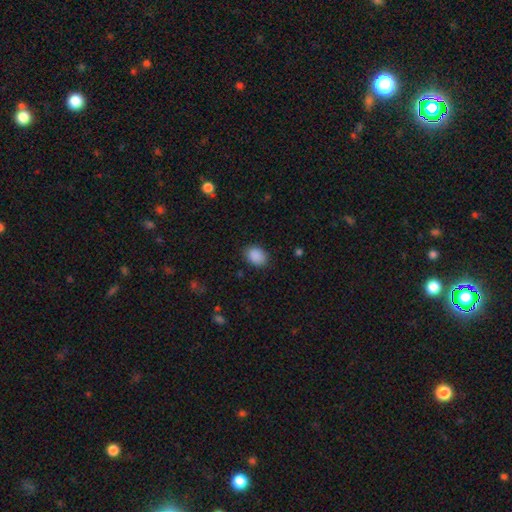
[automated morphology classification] Smooth or featured: smooth — 89% (star or artifact — 8%)
How rounded: in between — 66% (round — 33%)
Merging: none — 84% (minor disturbance — 12%)